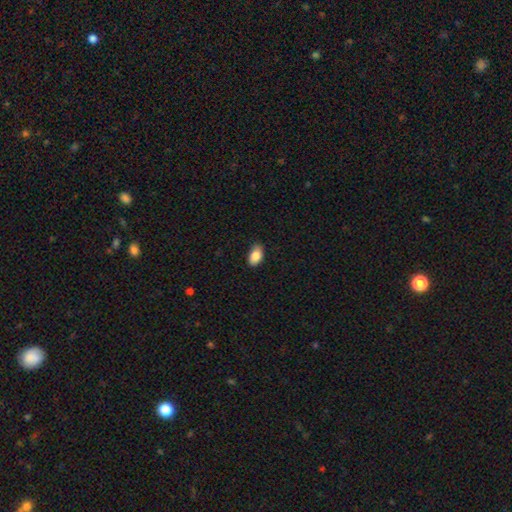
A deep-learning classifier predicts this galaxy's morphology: A smooth galaxy with no disk features (85%) that is in between round and cigar-shaped (92%).

Vote fractions:
- Smooth or featured? smooth: 85% / featured or disk: 8% / star or artifact: 7%
- How rounded? in between: 92% / round: 7% / cigar-shaped: 2%
- Merging? none: 83% / minor disturbance: 14% / major disturbance: 2% / merger: 1%